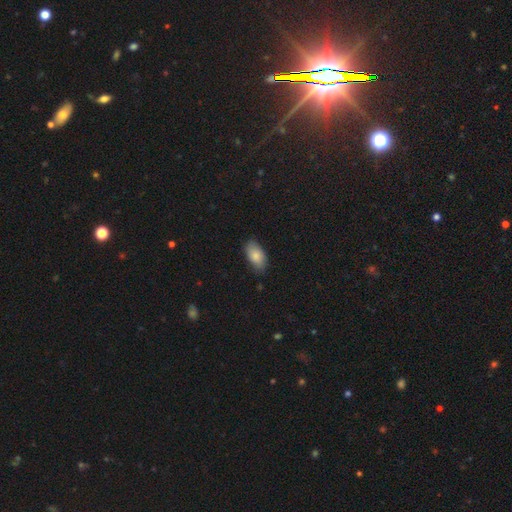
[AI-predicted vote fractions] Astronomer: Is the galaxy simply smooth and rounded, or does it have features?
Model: smooth — 84%.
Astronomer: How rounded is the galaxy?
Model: in between — 94%.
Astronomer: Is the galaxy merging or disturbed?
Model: none — 79%.